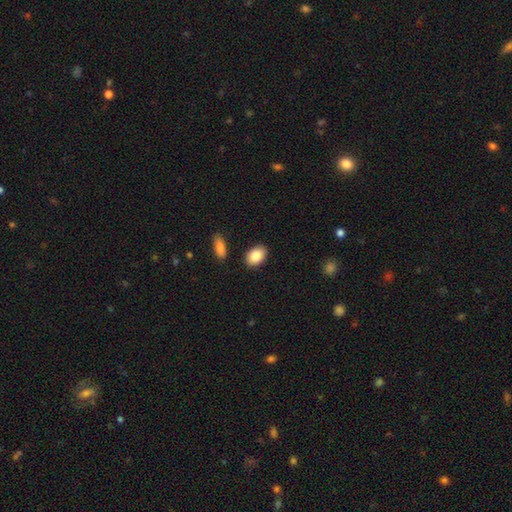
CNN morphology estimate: smooth-or-featured: smooth: 85% | featured or disk: 8% | star or artifact: 7%
  how-rounded: in between: 86% | round: 13% | cigar-shaped: 1%
  merging: none: 87% | minor disturbance: 9% | merger: 3% | major disturbance: 2%